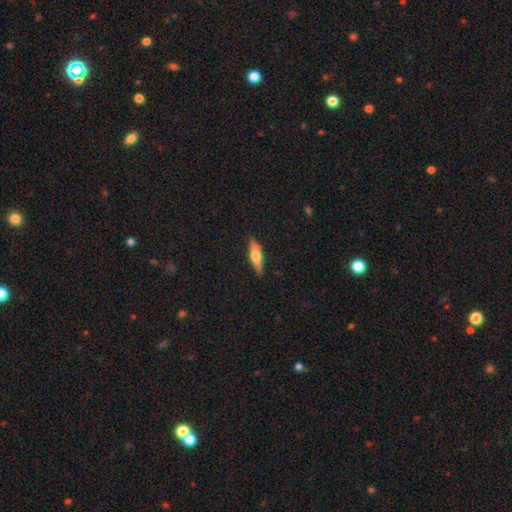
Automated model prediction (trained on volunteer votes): A featured or disk galaxy (53%) viewed edge-on (93%). Merging: none (85%).